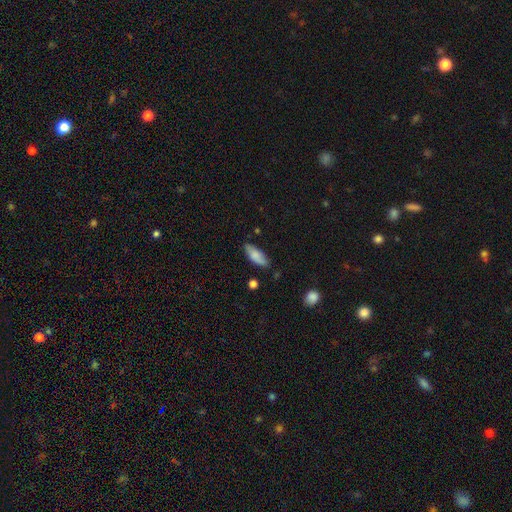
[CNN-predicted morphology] smooth_or_featured: smooth (p=0.78) [alt: featured or disk p=0.16]
how_rounded: in between (p=0.72) [alt: cigar-shaped p=0.26]
merging: none (p=0.75) [alt: minor disturbance p=0.19]